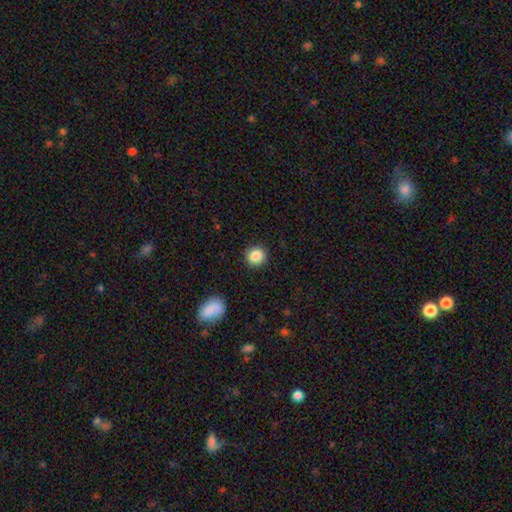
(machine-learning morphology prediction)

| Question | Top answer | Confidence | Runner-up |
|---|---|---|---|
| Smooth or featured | smooth | 86% | star or artifact (9%) |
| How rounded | round | 89% | in between (10%) |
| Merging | none | 90% | minor disturbance (7%) |